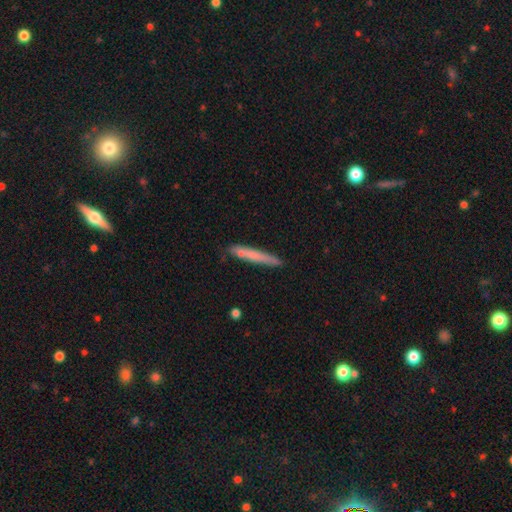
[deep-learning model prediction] Smooth or featured?
  - smooth: 70% *
  - featured or disk: 24%
  - star or artifact: 6%
How rounded?
  - cigar-shaped: 94% *
  - in between: 4%
  - round: 1%
Merging?
  - none: 74% *
  - minor disturbance: 17%
  - merger: 5%
  - major disturbance: 3%